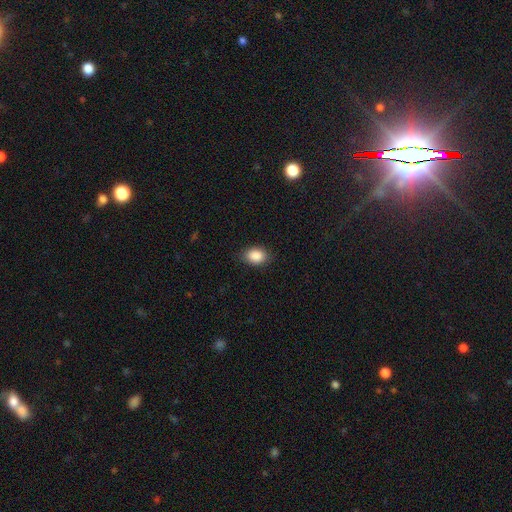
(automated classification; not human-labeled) The model was most divided on "how rounded": in between: 76%, round: 23%, cigar-shaped: 1%. More confident: smooth or featured — smooth (88%); merging — none (83%).